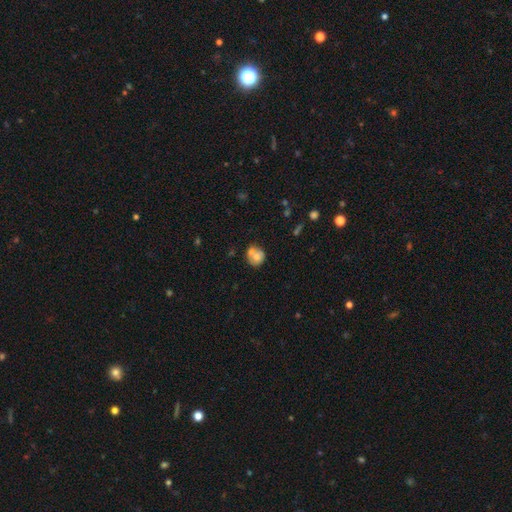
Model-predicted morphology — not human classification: Smooth or featured? smooth (66%)
How rounded? round (78%)
Merging? merger (42%, tied with none)